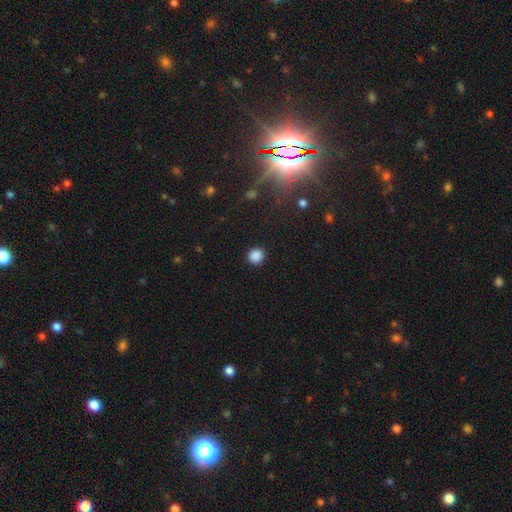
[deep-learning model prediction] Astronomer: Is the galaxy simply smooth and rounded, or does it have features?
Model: smooth — 86%.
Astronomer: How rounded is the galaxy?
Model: round — 92%.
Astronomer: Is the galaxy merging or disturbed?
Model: none — 91%.